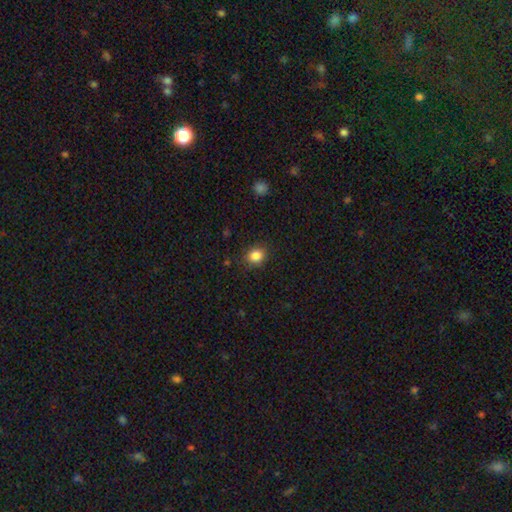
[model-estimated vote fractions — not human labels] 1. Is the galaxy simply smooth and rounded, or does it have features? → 86% smooth, 10% star or artifact, 4% featured or disk.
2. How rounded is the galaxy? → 66% round, 33% in between, 1% cigar-shaped.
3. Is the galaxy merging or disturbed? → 86% none, 10% minor disturbance, 3% major disturbance, 1% merger.